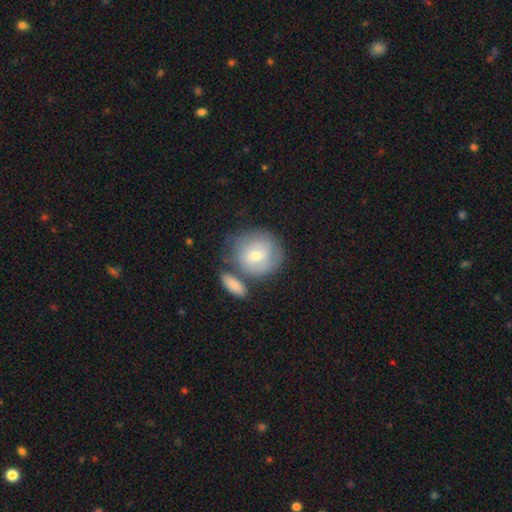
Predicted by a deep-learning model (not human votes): Overall: smooth (47%; featured or disk 46%). Merging: none (58%; merger 19%).